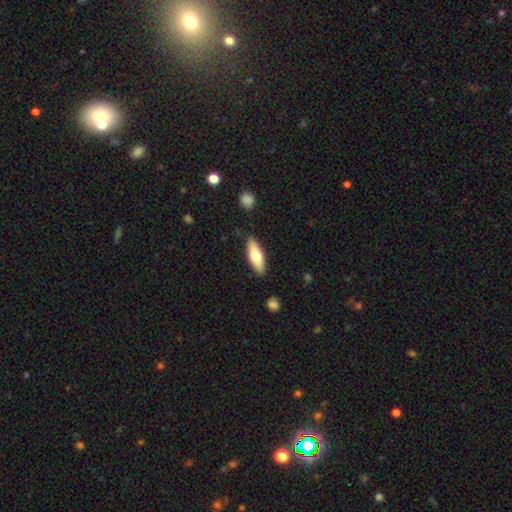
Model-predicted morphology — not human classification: smooth 65%, featured or disk 30%, star or artifact 5%. Down the decision tree: how rounded — in between (58%); merging — none (87%).